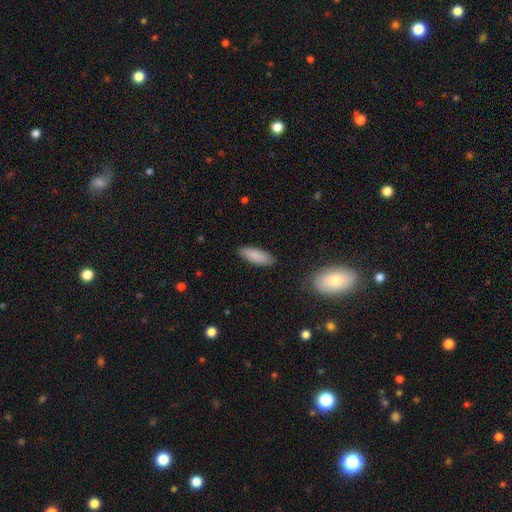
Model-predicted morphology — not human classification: type=smooth (87%); roundness=in between (62%); merging=none (85%).